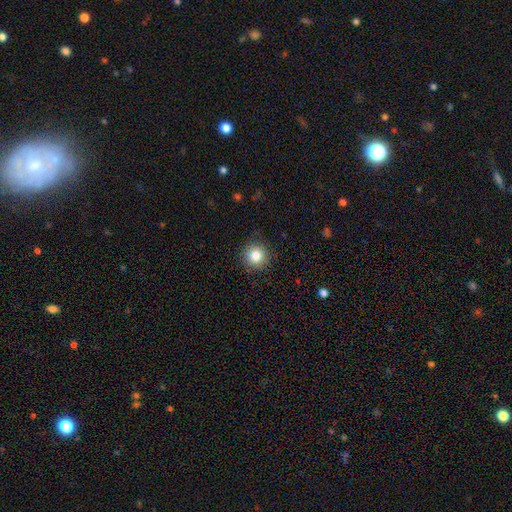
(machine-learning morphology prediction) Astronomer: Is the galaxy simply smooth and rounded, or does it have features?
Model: smooth — 82%.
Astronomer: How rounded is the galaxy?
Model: round — 94%.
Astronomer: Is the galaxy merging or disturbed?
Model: none — 90%.